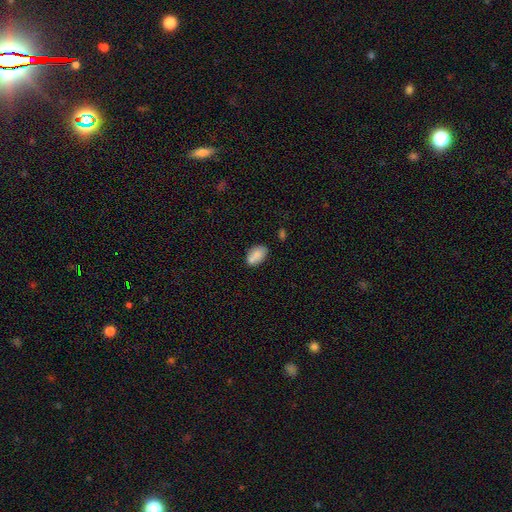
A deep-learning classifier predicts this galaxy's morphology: Q: Smooth or featured?
A: smooth (81%); runner-up: featured or disk (11%)
Q: How rounded?
A: in between (90%); runner-up: round (9%)
Q: Merging?
A: none (60%); runner-up: merger (18%)